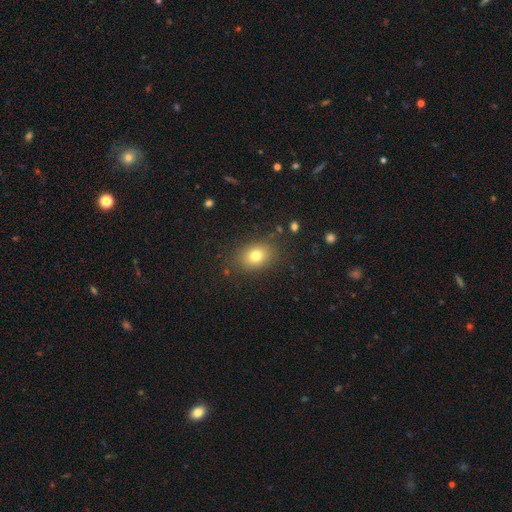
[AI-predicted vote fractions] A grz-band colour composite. It shows a smooth galaxy with no disk features (77%) that is in between round and cigar-shaped (64%). Merging: none (85%).